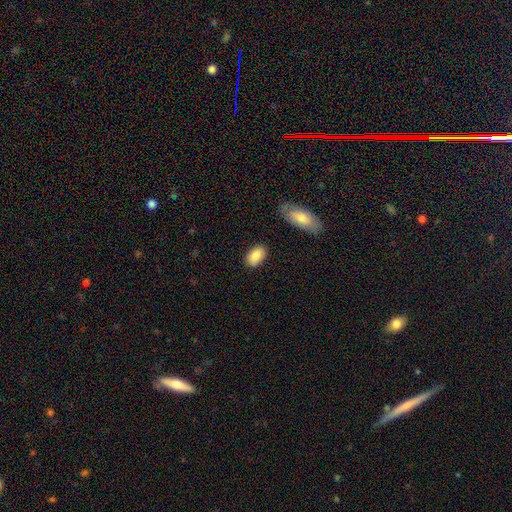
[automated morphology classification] This appears to be a smooth galaxy with no disk features (85%) that is in between round and cigar-shaped (92%). Merging: none (84%).